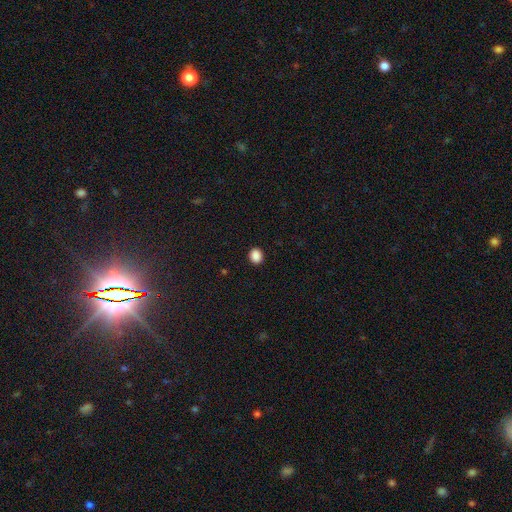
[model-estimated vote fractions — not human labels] Smooth or featured: smooth — 88% (star or artifact — 9%)
How rounded: round — 63% (in between — 36%)
Merging: none — 91% (minor disturbance — 6%)